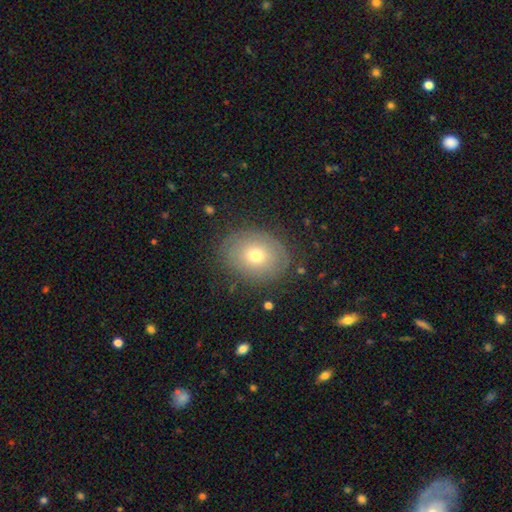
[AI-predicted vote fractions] The model was most divided on "how rounded": in between: 53%, round: 46%, cigar-shaped: 1%. More confident: merging — none (80%); smooth or featured — smooth (59%).